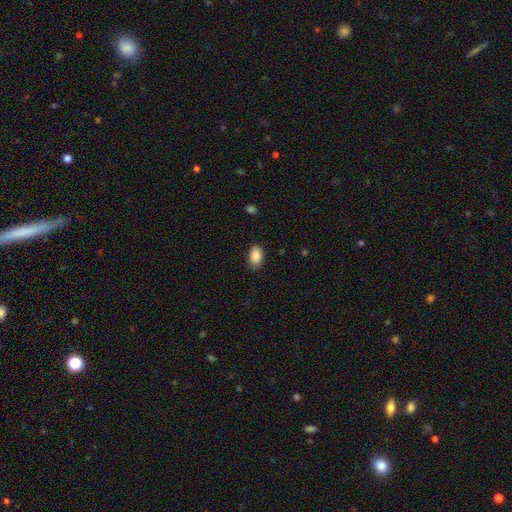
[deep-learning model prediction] Morphology: type=smooth (89%); roundness=in between (91%); merging=none (85%).